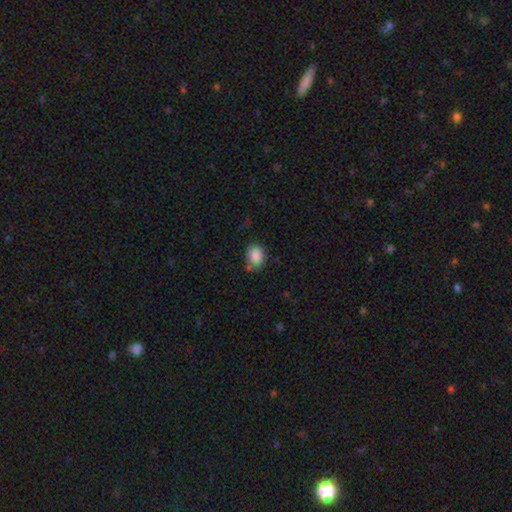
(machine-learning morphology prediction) type=smooth (87%); roundness=in between (57%); merging=none (72%).